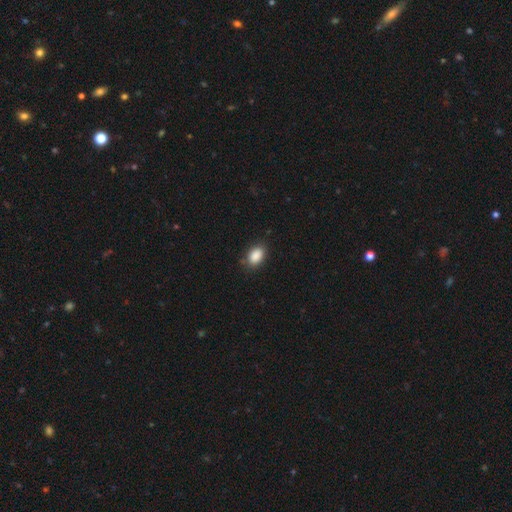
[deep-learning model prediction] The model was most divided on "merging": none: 81%, minor disturbance: 15%, major disturbance: 3%, merger: 1%. More confident: smooth or featured — smooth (88%); how rounded — in between (86%).